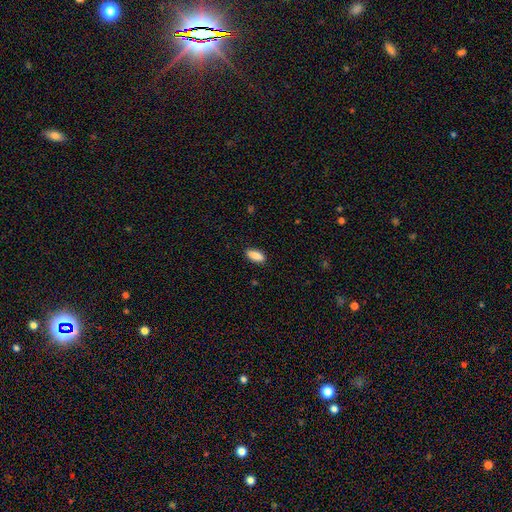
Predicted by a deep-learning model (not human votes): The model was most divided on "how rounded": in between: 80%, cigar-shaped: 18%, round: 2%. More confident: smooth or featured — smooth (88%); merging — none (87%).